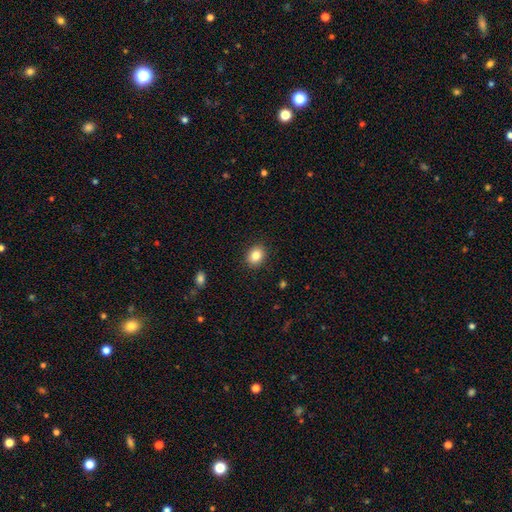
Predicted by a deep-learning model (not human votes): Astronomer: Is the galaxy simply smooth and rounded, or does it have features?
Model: smooth — 84%.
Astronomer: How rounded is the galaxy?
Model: round — 51% (runner-up: in between, 48%).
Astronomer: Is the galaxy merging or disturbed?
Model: none — 89%.